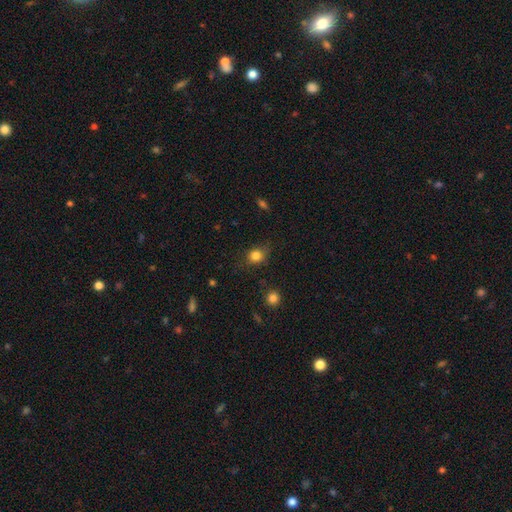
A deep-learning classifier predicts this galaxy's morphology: Q: Smooth or featured?
A: smooth (82%); runner-up: star or artifact (12%)
Q: How rounded?
A: round (68%); runner-up: in between (31%)
Q: Merging?
A: none (72%); runner-up: minor disturbance (21%)